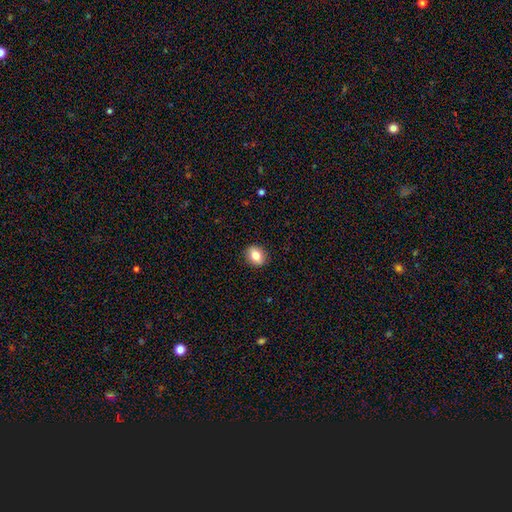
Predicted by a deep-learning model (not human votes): Smooth or featured?
  - smooth: 80% *
  - featured or disk: 11%
  - star or artifact: 9%
How rounded?
  - in between: 50% *
  - round: 49%
  - cigar-shaped: 1%
Merging?
  - none: 89% *
  - minor disturbance: 8%
  - major disturbance: 2%
  - merger: 1%